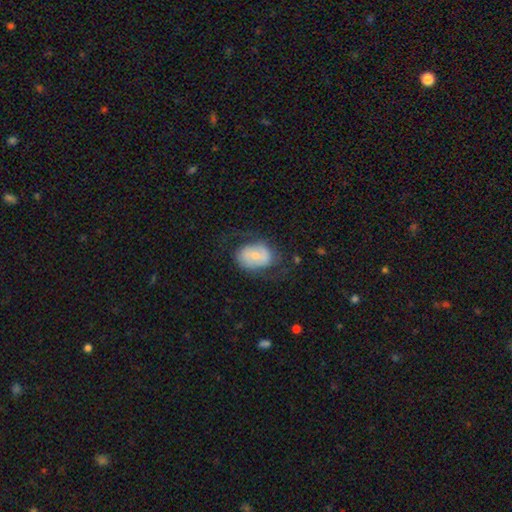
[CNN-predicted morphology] smooth-or-featured: smooth: 47% | featured or disk: 46% | star or artifact: 7%
  merging: none: 58% | minor disturbance: 22% | major disturbance: 19% | merger: 2%